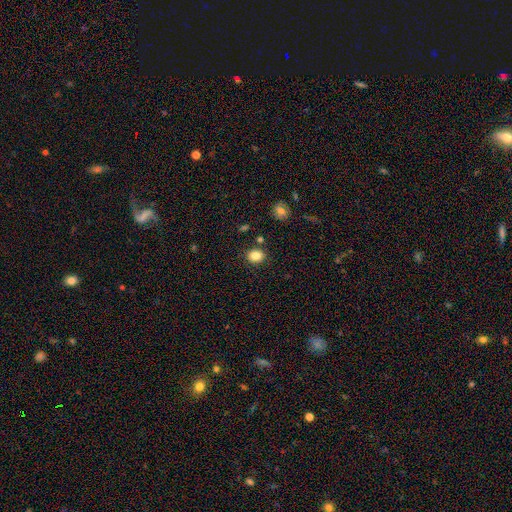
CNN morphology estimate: type=smooth (84%); roundness=round (64%); merging=none (85%).